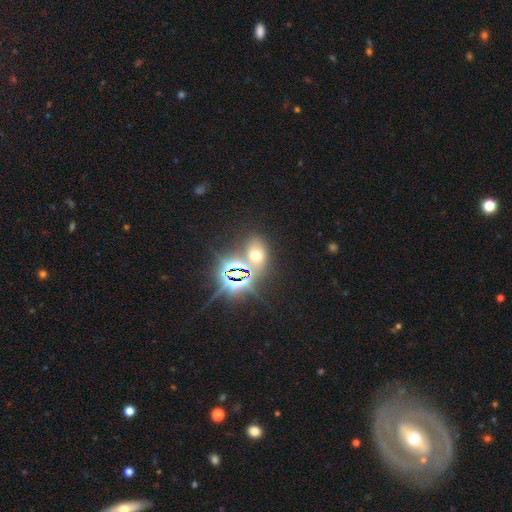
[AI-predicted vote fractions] smooth-or-featured: star or artifact: 46% | smooth: 43% | featured or disk: 11%